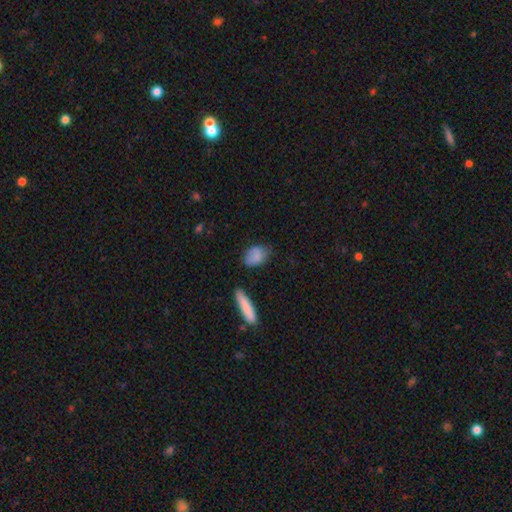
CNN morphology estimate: Q: Smooth or featured?
A: smooth (79%); runner-up: featured or disk (14%)
Q: How rounded?
A: in between (80%); runner-up: round (16%)
Q: Merging?
A: none (63%); runner-up: minor disturbance (27%)